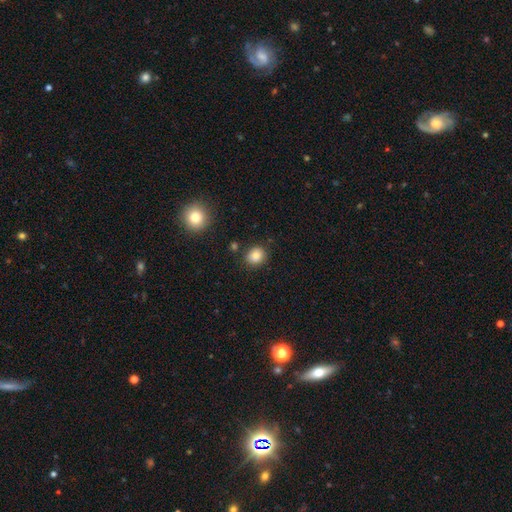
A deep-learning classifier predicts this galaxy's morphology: Q: Smooth or featured?
A: smooth (84%); runner-up: star or artifact (11%)
Q: How rounded?
A: round (68%); runner-up: in between (31%)
Q: Merging?
A: none (83%); runner-up: minor disturbance (11%)